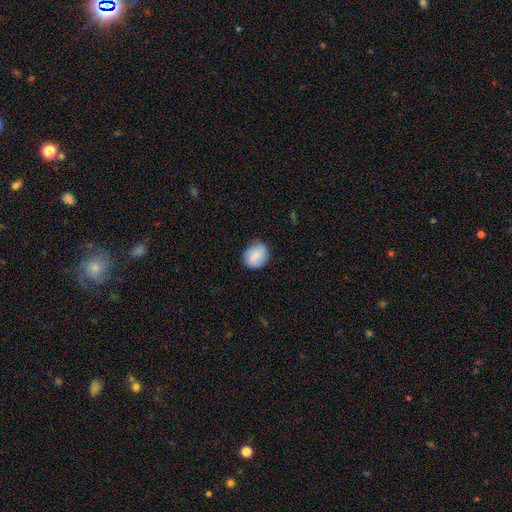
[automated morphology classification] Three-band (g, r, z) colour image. It shows a smooth galaxy with no disk features (83%) that is round (67%). Merging: none (80%).